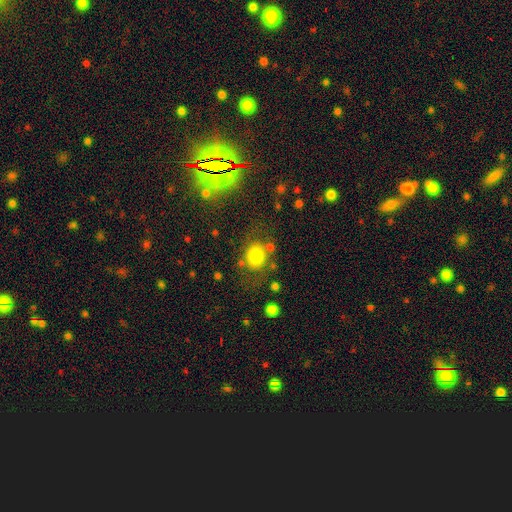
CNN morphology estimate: smooth 77%, star or artifact 13%, featured or disk 11%. Down the decision tree: how rounded — round (69%); merging — none (69%).